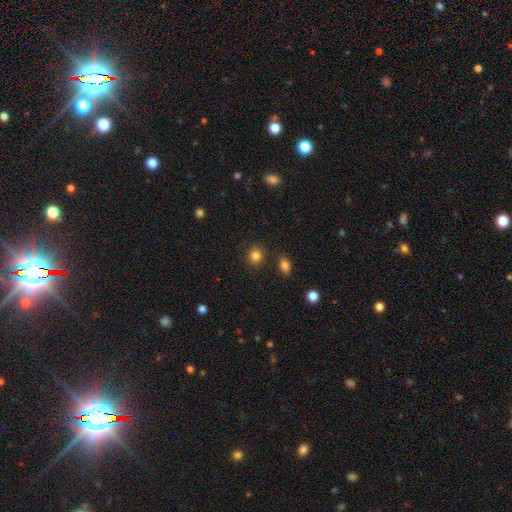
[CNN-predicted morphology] This is clearly a smooth galaxy (84%). How rounded: likely round (80%). Merging: clearly none (85%).